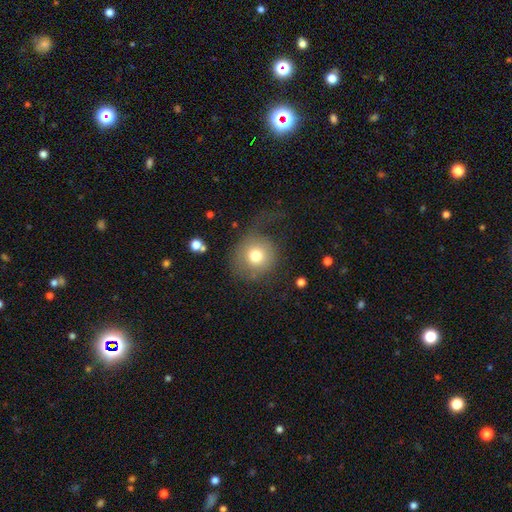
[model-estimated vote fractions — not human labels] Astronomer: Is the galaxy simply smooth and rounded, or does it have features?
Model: smooth — 71%.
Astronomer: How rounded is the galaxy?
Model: round — 89%.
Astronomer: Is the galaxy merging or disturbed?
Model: none — 45% (runner-up: major disturbance, 33%).